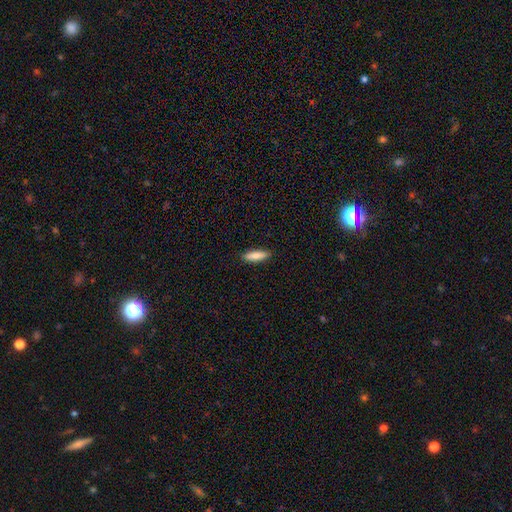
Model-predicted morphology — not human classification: Overall: smooth (83%). How rounded: cigar-shaped (56%; in between 42%). Merging: none (89%).